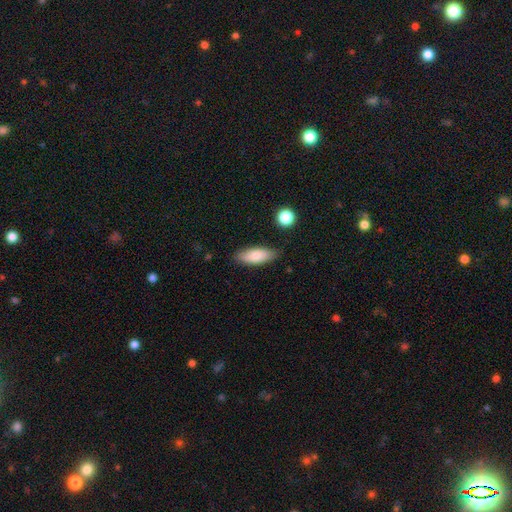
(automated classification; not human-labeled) The model was most divided on "how rounded": in between: 74%, cigar-shaped: 24%, round: 2%. More confident: merging — none (82%); smooth or featured — smooth (80%).